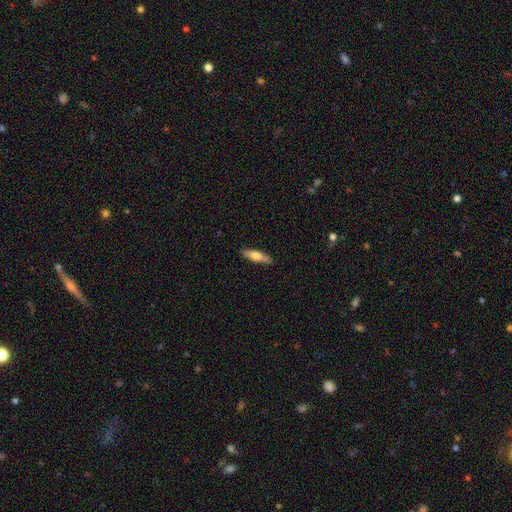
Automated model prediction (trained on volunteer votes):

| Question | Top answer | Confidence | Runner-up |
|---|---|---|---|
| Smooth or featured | smooth | 63% | featured or disk (32%) |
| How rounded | cigar-shaped | 71% | in between (27%) |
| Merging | none | 90% | minor disturbance (8%) |